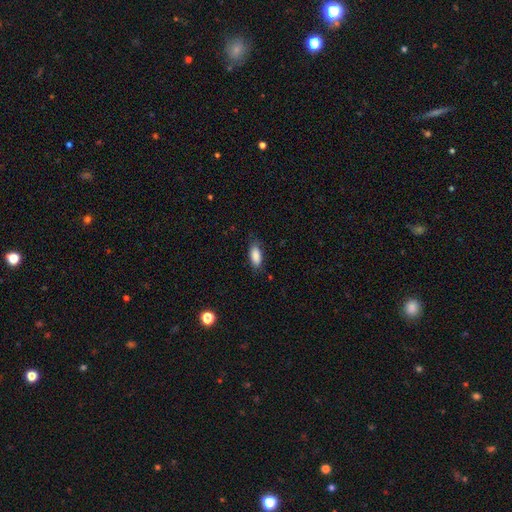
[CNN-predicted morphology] smooth 87%, star or artifact 7%, featured or disk 6%. Down the decision tree: how rounded — in between (82%); merging — none (76%).